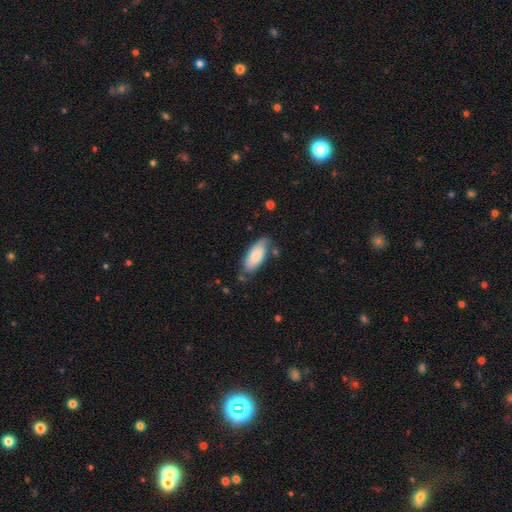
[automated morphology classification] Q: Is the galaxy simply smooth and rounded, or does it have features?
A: smooth — 80%.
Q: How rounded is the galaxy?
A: in between — 83%.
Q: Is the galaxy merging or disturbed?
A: none — 69%.